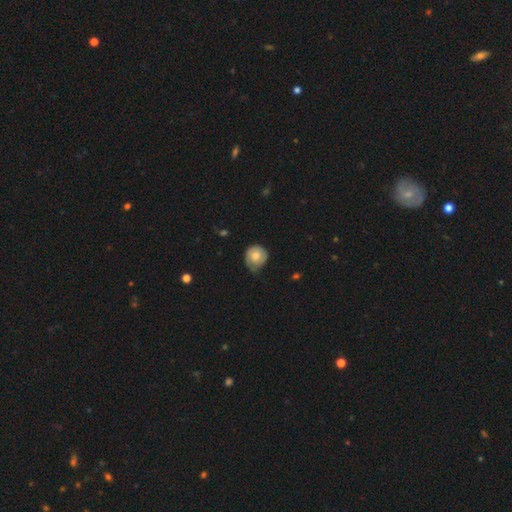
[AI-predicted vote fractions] A smooth galaxy with no disk features (66%) that is round (83%).

Vote fractions:
- Smooth or featured? smooth: 66% / featured or disk: 27% / star or artifact: 7%
- How rounded? round: 83% / in between: 17% / cigar-shaped: 1%
- Merging? none: 53% / minor disturbance: 37% / major disturbance: 9% / merger: 1%